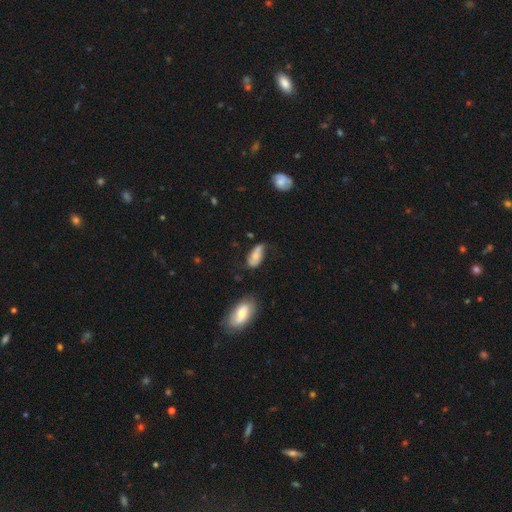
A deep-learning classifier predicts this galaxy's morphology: smooth-or-featured: smooth: 58% | featured or disk: 34% | star or artifact: 8%
  how-rounded: in between: 90% | cigar-shaped: 6% | round: 4%
  merging: none: 45% | minor disturbance: 36% | major disturbance: 14% | merger: 5%